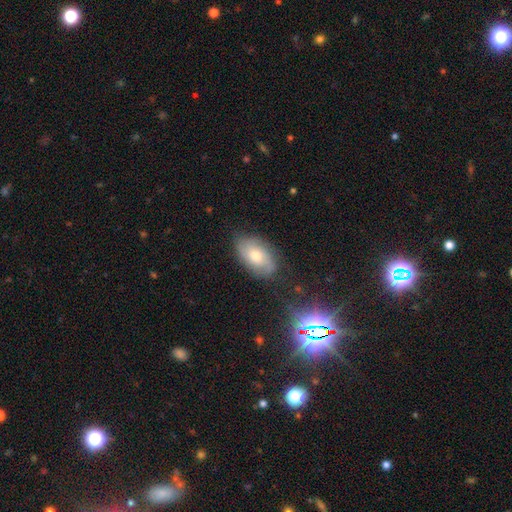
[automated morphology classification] Smooth or featured? Predicted: smooth (p=0.49). Merging? Predicted: none (p=0.75).